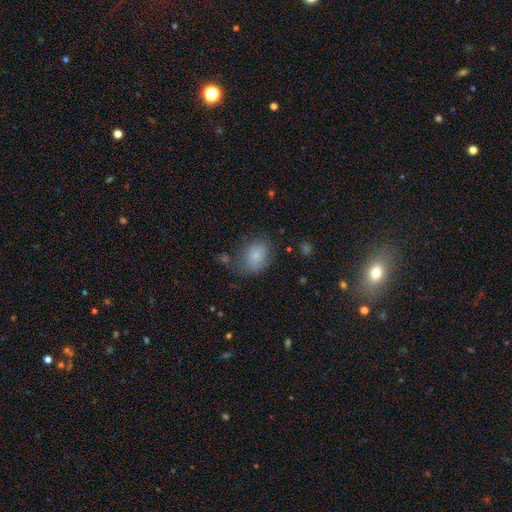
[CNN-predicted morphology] Overall: smooth (76%). How rounded: in between (55%; round 44%). Merging: none (56%; minor disturbance 26%).